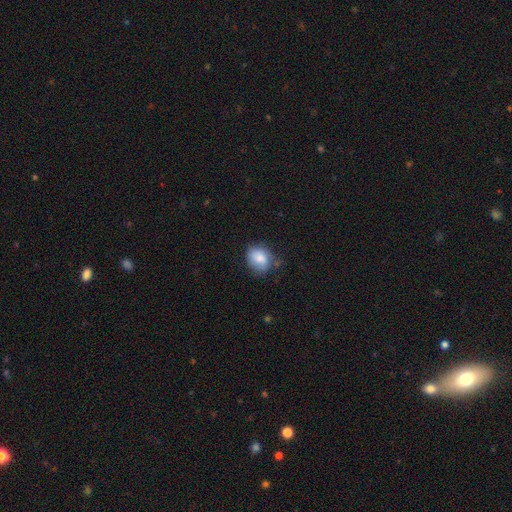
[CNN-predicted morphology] This appears to be a smooth galaxy with no disk features (80%) that is round (53%). Merging: none (64%).